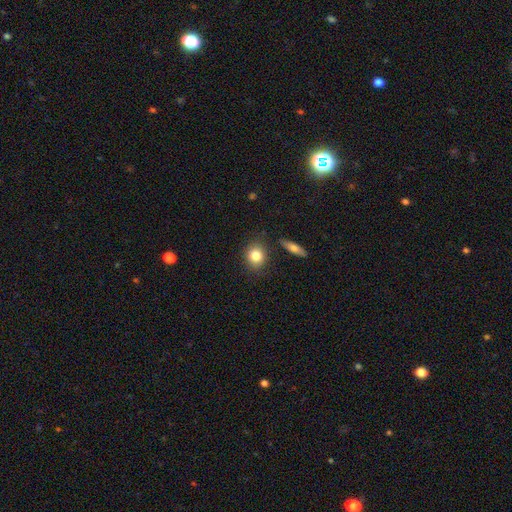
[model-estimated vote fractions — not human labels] A smooth galaxy with no disk features (81%) that is round (73%). Merging: none (83%).